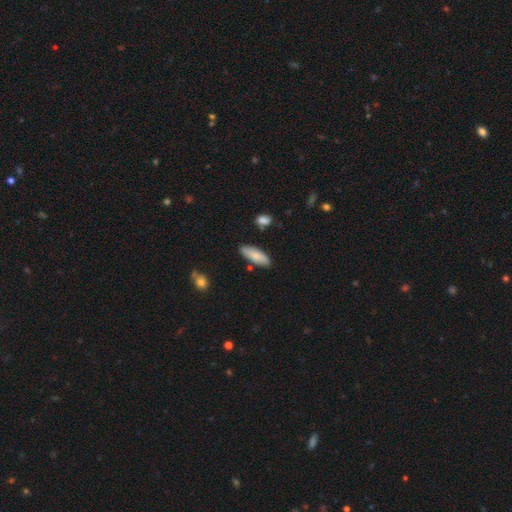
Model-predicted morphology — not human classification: Q: Smooth or featured?
A: smooth (77%); runner-up: featured or disk (16%)
Q: How rounded?
A: in between (73%); runner-up: cigar-shaped (25%)
Q: Merging?
A: none (80%); runner-up: minor disturbance (14%)